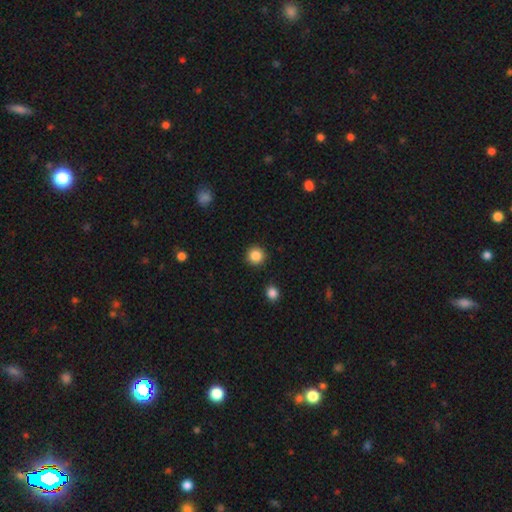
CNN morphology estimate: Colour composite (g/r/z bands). It shows a smooth galaxy with no disk features (86%) that is round (95%). Merging: none (92%).